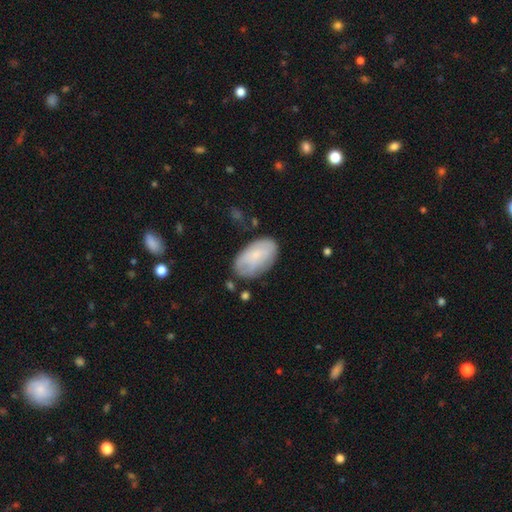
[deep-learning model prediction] The model was most divided on "smooth or featured": smooth: 70%, featured or disk: 24%, star or artifact: 6%. More confident: how rounded — in between (94%); merging — none (70%).